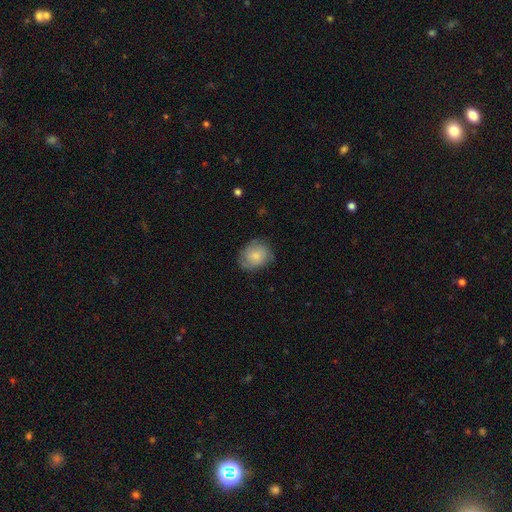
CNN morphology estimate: type=smooth (63%); roundness=round (56%); merging=none (68%).